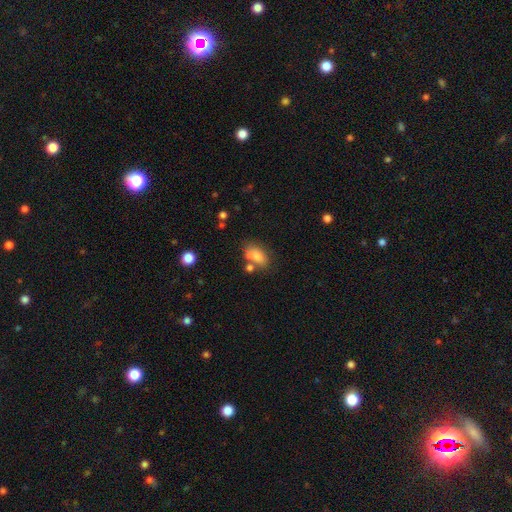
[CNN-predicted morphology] type=smooth (78%); roundness=in between (85%); merging=none (51%).